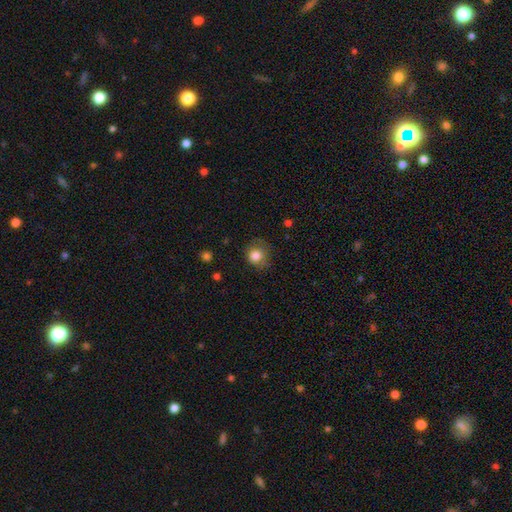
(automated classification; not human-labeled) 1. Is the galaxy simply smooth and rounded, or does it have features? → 83% smooth, 10% star or artifact, 8% featured or disk.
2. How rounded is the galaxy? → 83% round, 16% in between, 1% cigar-shaped.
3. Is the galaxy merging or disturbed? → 66% none, 24% minor disturbance, 9% major disturbance, 1% merger.